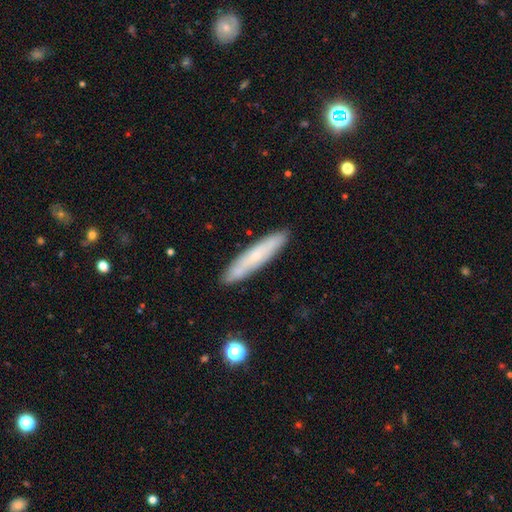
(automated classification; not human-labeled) The model was most divided on "smooth or featured": smooth: 57%, featured or disk: 36%, star or artifact: 7%. More confident: how rounded — cigar-shaped (89%); merging — none (88%).